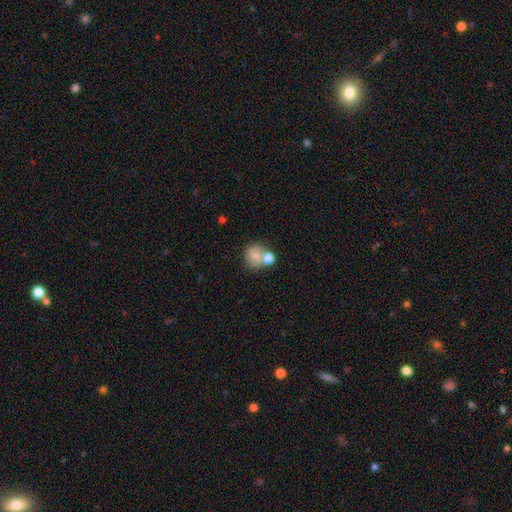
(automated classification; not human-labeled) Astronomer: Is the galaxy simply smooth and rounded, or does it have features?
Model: smooth — 69%.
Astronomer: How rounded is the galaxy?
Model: round — 79%.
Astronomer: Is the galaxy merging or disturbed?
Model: none — 43% (runner-up: merger, 38%).